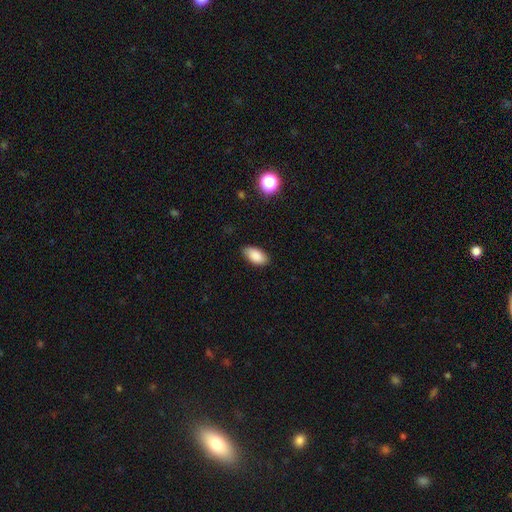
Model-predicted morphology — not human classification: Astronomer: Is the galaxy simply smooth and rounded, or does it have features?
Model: smooth — 87%.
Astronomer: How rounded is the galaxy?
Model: in between — 93%.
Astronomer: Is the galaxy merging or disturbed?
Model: none — 83%.